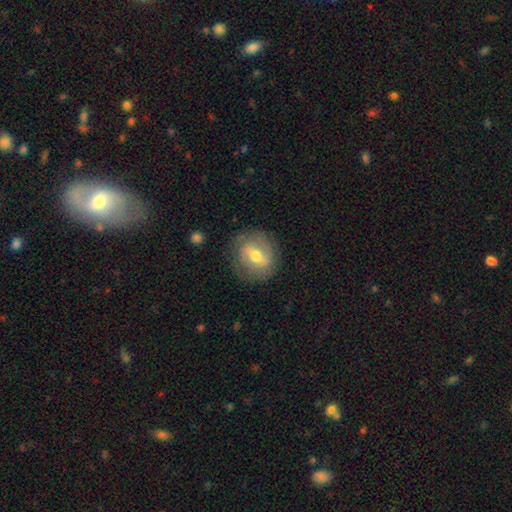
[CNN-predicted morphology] A featured or disk galaxy (56%) with a weak bar (44%), spiral arms (54%) and a moderate central bulge (69%). Merging: none (80%).